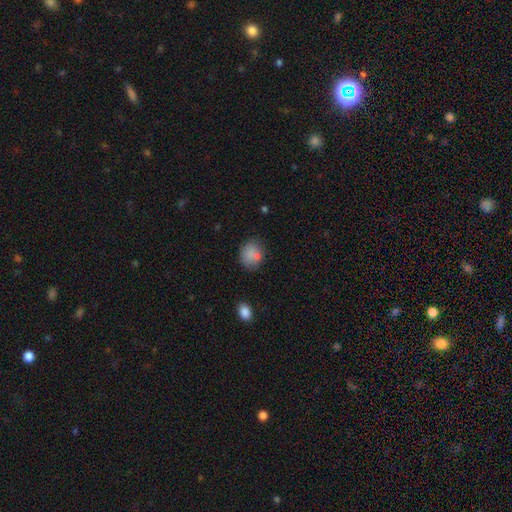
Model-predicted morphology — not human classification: smooth_or_featured: smooth (p=0.80) [alt: star or artifact p=0.12]
how_rounded: round (p=0.68) [alt: in between p=0.30]
merging: none (p=0.72) [alt: minor disturbance p=0.17]